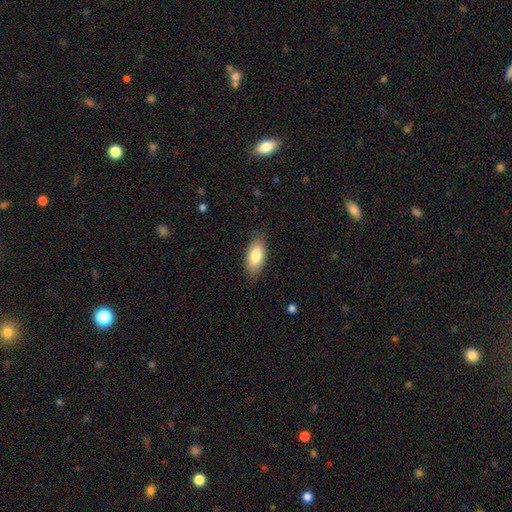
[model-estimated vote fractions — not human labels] Smooth or featured: smooth — 82% (featured or disk — 11%)
How rounded: in between — 89% (cigar-shaped — 9%)
Merging: none — 85% (minor disturbance — 11%)